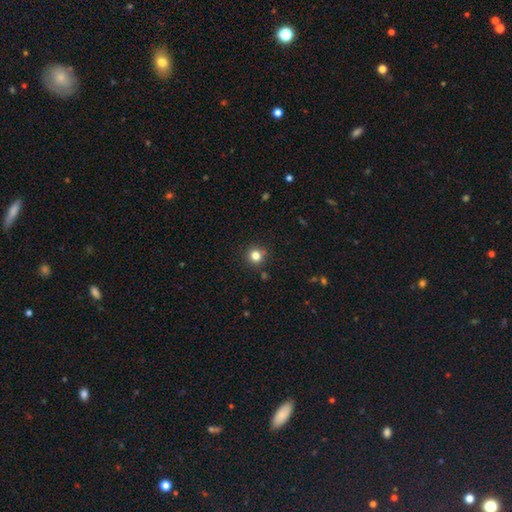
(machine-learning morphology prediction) smooth 81%, star or artifact 13%, featured or disk 6%. Down the decision tree: how rounded — round (94%); merging — none (90%).